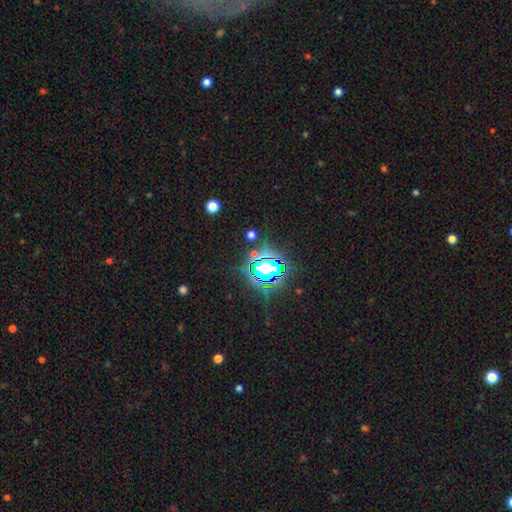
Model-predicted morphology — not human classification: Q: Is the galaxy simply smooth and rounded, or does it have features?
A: star or artifact — 77%.